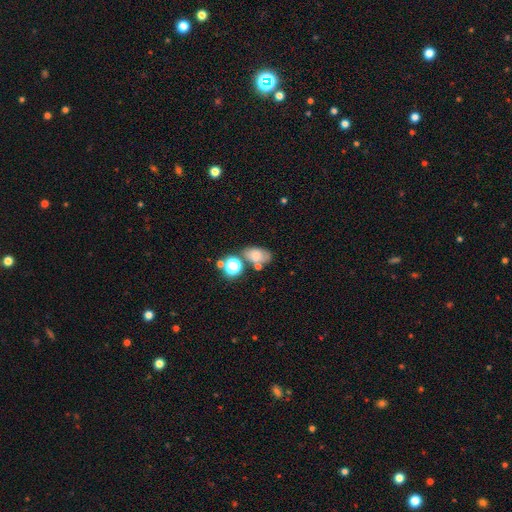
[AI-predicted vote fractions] A smooth galaxy with no disk features (65%) that is in between round and cigar-shaped (82%). Merging: none (51%).